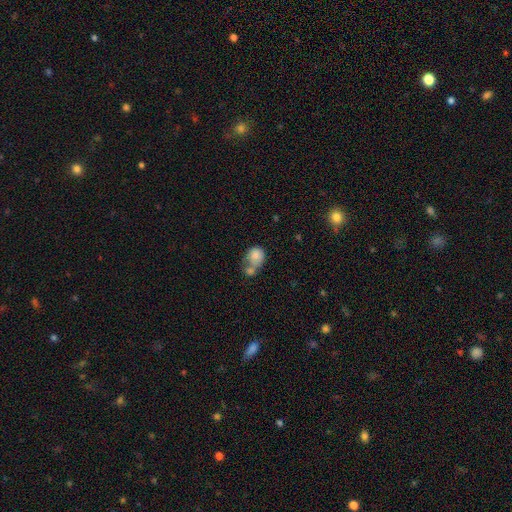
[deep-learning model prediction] smooth_or_featured: smooth (p=0.80) [alt: featured or disk p=0.12]
how_rounded: round (p=0.66) [alt: in between p=0.33]
merging: merger (p=0.58) [alt: none p=0.25]